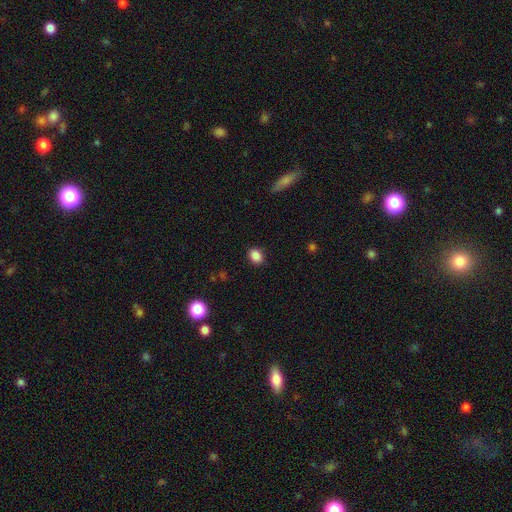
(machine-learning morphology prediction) Q: Smooth or featured?
A: smooth (86%); runner-up: star or artifact (10%)
Q: How rounded?
A: in between (55%); runner-up: round (44%)
Q: Merging?
A: none (88%); runner-up: minor disturbance (9%)